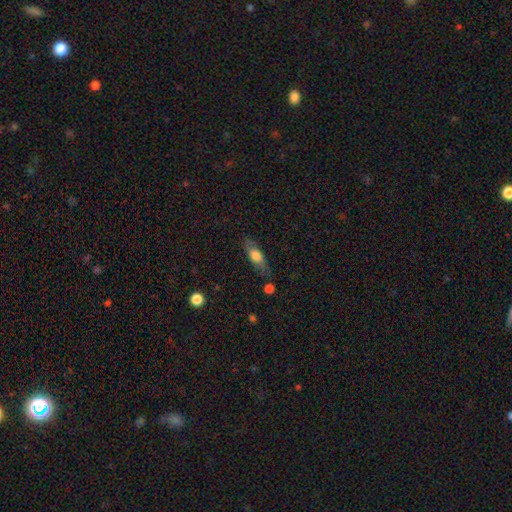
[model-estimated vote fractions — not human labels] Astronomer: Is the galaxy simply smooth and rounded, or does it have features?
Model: smooth — 63%.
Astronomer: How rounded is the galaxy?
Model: in between — 59% (runner-up: cigar-shaped, 37%).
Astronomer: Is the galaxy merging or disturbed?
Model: none — 74%.